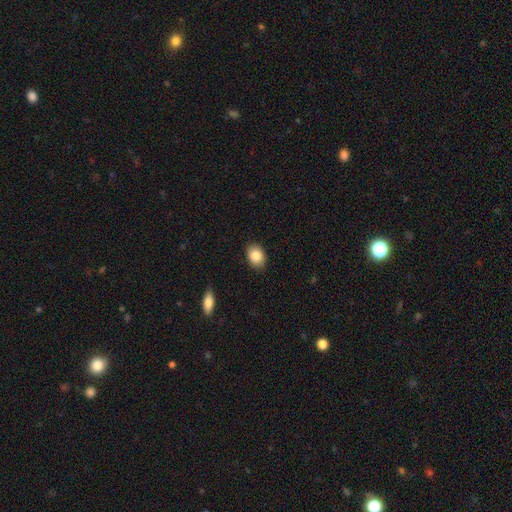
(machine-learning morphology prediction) Overall: smooth (85%). How rounded: in between (72%). Merging: none (88%).